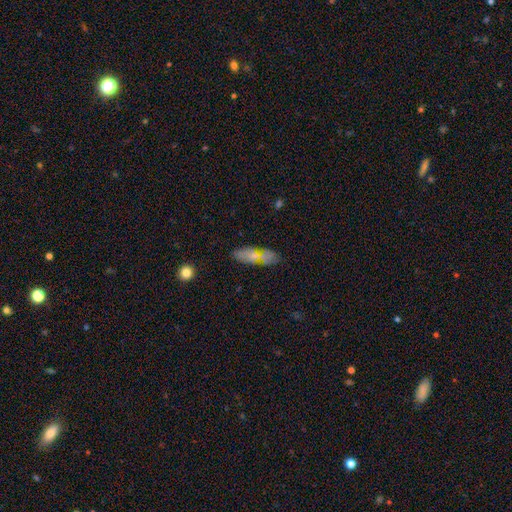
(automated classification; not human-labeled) This appears to be a smooth galaxy with no disk features (65%) that is in between round and cigar-shaped (58%). Merging: none (75%).